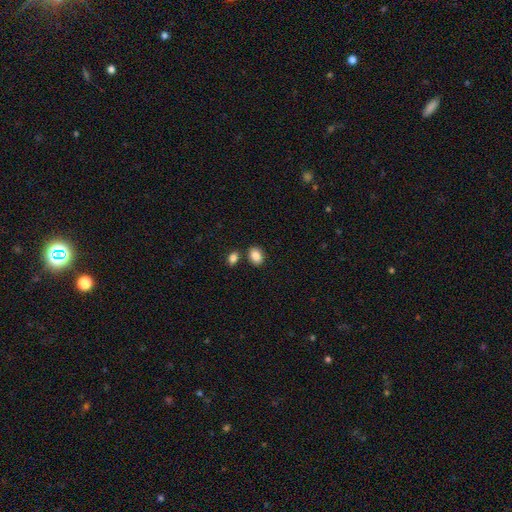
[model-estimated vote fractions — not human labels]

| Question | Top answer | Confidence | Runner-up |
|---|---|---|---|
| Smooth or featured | smooth | 87% | star or artifact (8%) |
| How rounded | in between | 73% | round (26%) |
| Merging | none | 76% | merger (11%) |